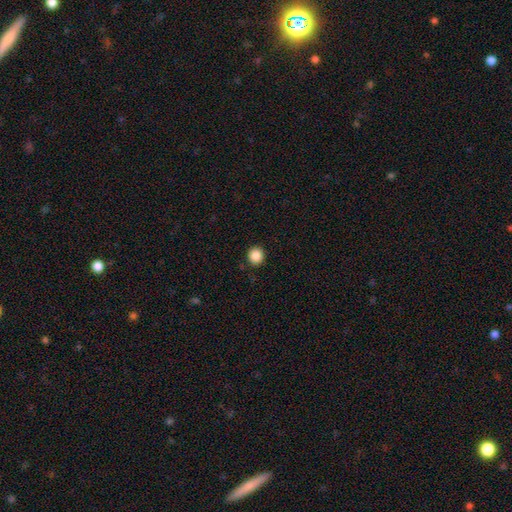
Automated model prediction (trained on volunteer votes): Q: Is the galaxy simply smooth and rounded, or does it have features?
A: smooth — 87%.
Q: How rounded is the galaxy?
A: round — 90%.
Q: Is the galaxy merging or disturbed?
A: none — 91%.